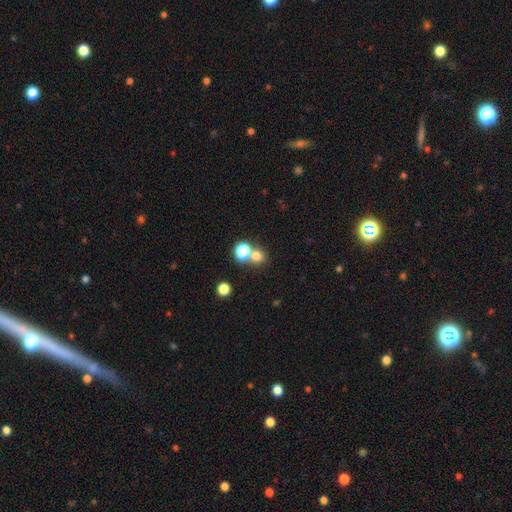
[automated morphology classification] smooth_or_featured: smooth (p=0.73) [alt: star or artifact p=0.19]
how_rounded: round (p=0.84) [alt: in between p=0.15]
merging: none (p=0.56) [alt: merger p=0.35]